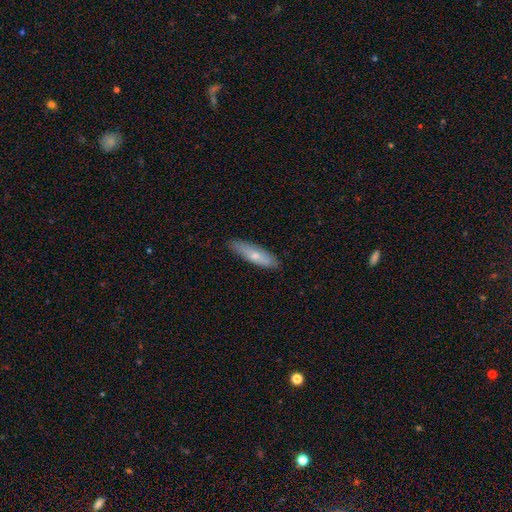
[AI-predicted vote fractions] Smooth or featured: smooth — 65% (featured or disk — 29%)
How rounded: cigar-shaped — 61% (in between — 37%)
Merging: none — 83% (minor disturbance — 14%)